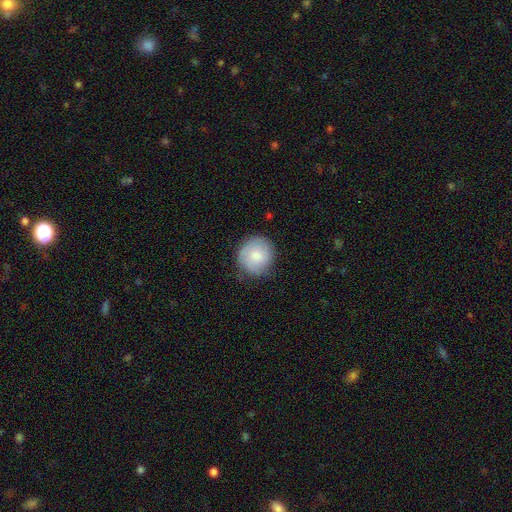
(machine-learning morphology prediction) The model was most divided on "smooth or featured": smooth: 76%, featured or disk: 17%, star or artifact: 6%. More confident: how rounded — round (90%); merging — none (78%).